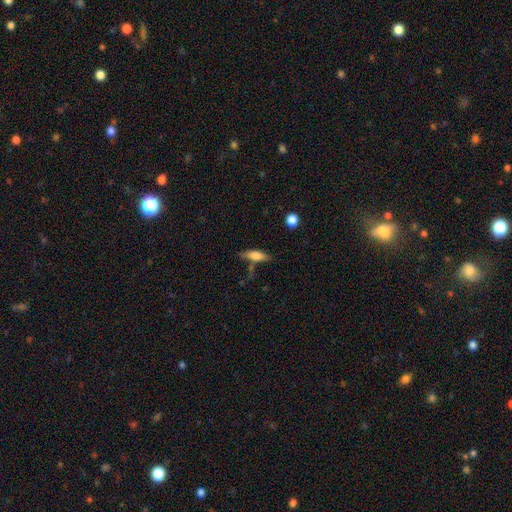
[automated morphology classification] type=smooth (64%); roundness=in between (50%); merging=none (61%).